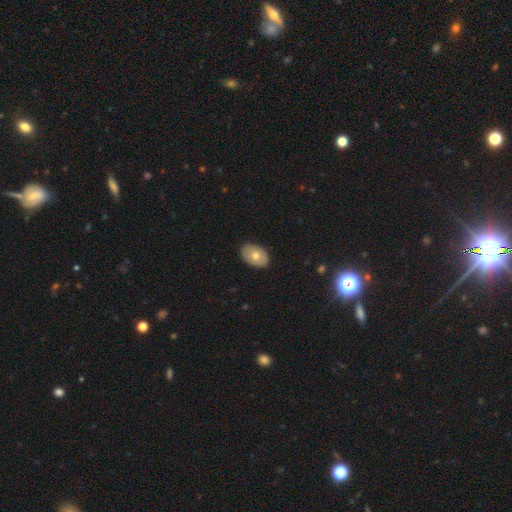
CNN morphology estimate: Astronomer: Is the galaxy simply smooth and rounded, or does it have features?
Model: smooth — 66%.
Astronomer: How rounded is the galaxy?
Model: in between — 87%.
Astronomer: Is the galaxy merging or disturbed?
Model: none — 87%.